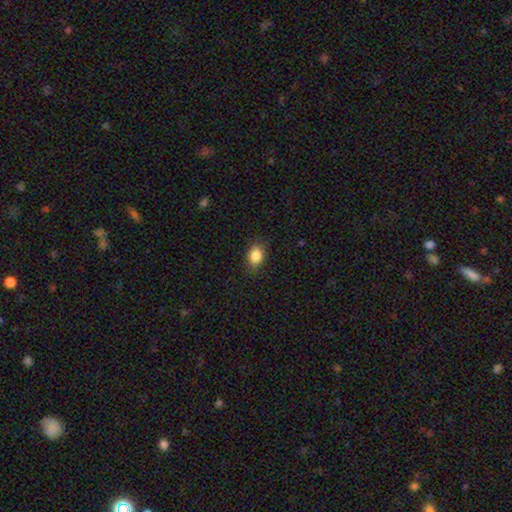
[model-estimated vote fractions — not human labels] smooth-or-featured: smooth: 86% | star or artifact: 9% | featured or disk: 5%
  how-rounded: in between: 72% | round: 27% | cigar-shaped: 1%
  merging: none: 84% | minor disturbance: 12% | major disturbance: 3% | merger: 1%